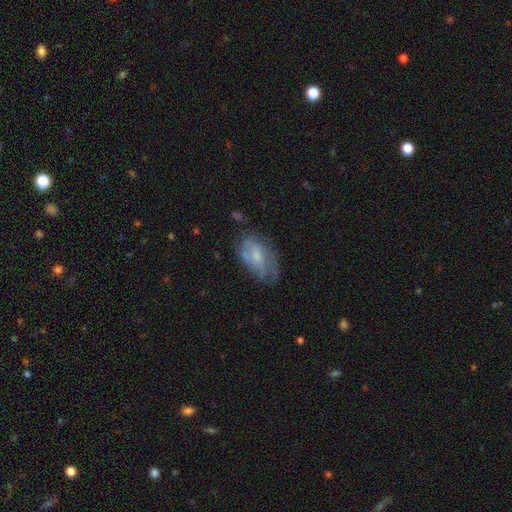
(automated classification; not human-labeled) A smooth galaxy with no disk features (47%). Merging: none (49%).